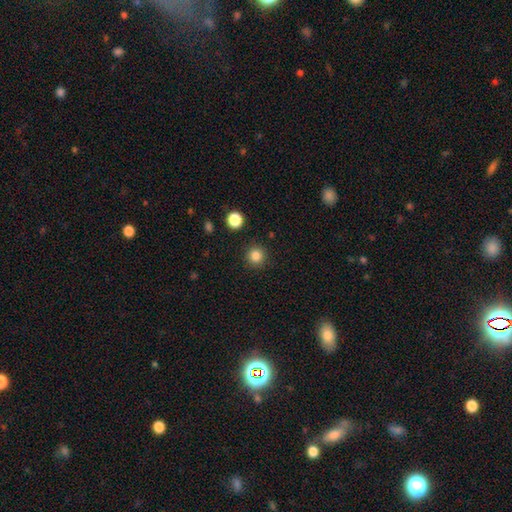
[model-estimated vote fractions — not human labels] smooth_or_featured: smooth (p=0.84) [alt: star or artifact p=0.12]
how_rounded: round (p=0.94) [alt: in between p=0.05]
merging: none (p=0.90) [alt: minor disturbance p=0.06]